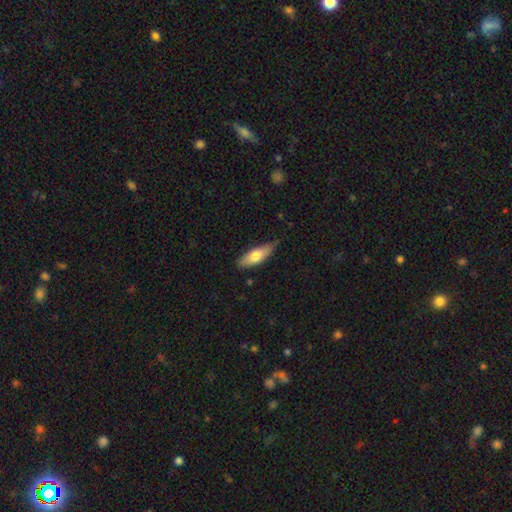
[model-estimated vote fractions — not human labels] Smooth or featured: smooth — 70% (featured or disk — 25%)
How rounded: in between — 62% (cigar-shaped — 36%)
Merging: none — 76% (minor disturbance — 20%)